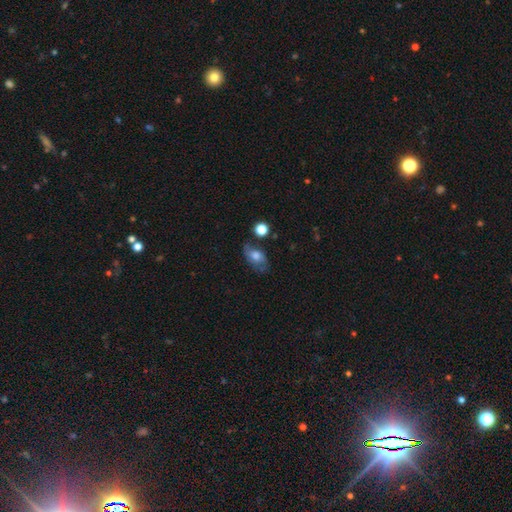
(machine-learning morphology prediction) smooth_or_featured: smooth (p=0.56) [alt: featured or disk p=0.34]
how_rounded: in between (p=0.83) [alt: round p=0.14]
merging: none (p=0.57) [alt: minor disturbance p=0.26]